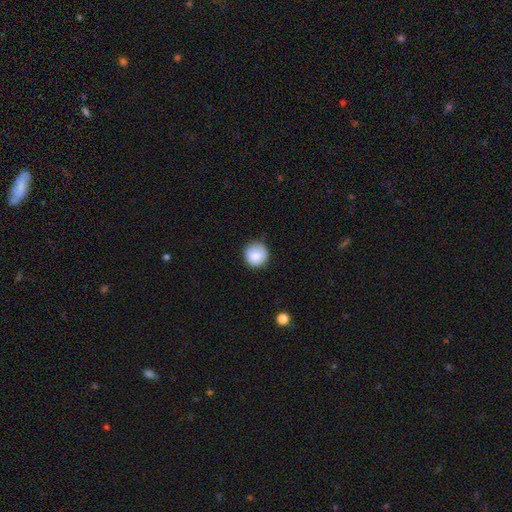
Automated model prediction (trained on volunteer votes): Smooth or featured? smooth (87%)
How rounded? round (94%)
Merging? none (82%)